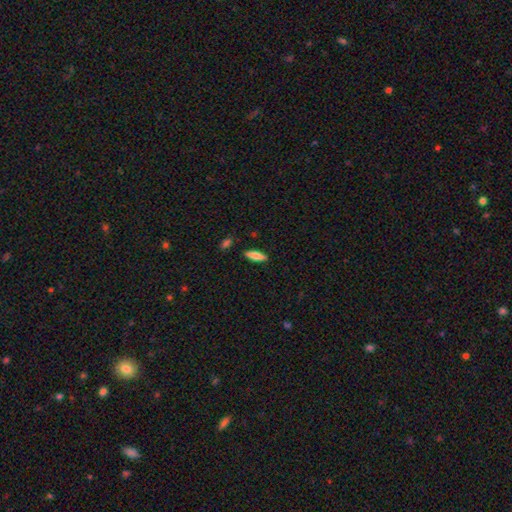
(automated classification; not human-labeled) A smooth galaxy with no disk features (79%) that is cigar-shaped (51%). Merging: none (87%).